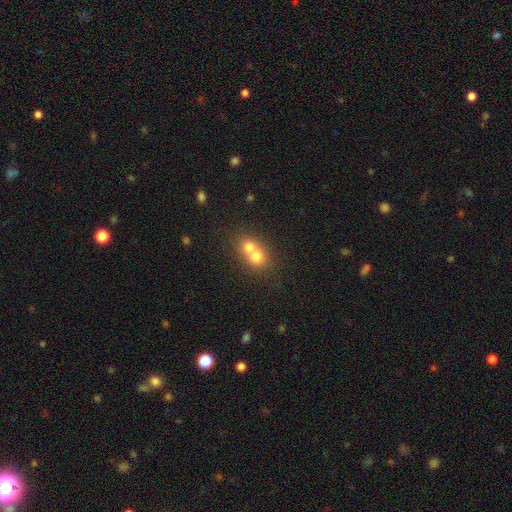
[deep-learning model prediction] smooth 69%, featured or disk 20%, star or artifact 11%. Down the decision tree: how rounded — round (73%); merging — merger (72%).